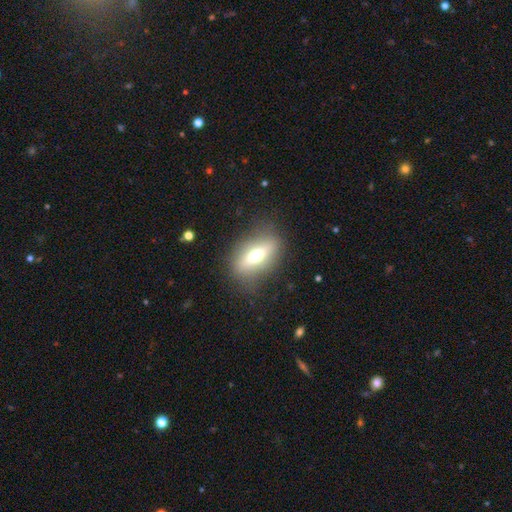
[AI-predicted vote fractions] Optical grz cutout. It shows a smooth galaxy with no disk features (50%). Merging: none (81%).